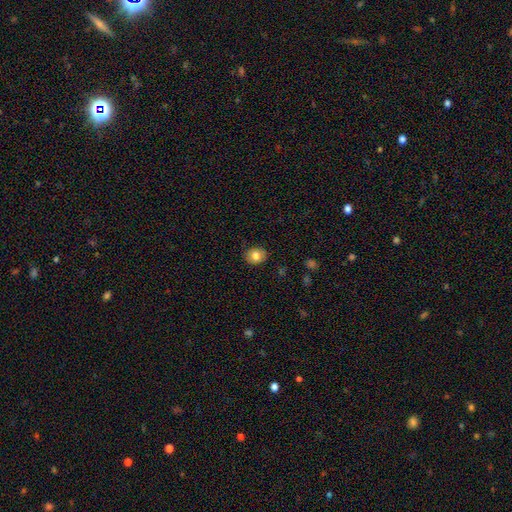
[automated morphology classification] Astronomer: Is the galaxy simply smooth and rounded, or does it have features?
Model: smooth — 82%.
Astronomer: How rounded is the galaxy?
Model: round — 64%.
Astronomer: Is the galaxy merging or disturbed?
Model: none — 87%.